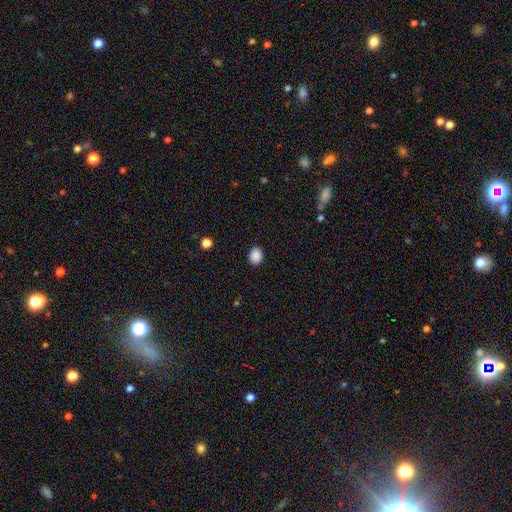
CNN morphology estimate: smooth 88%, star or artifact 9%, featured or disk 3%. Down the decision tree: how rounded — round (54%); merging — none (89%).